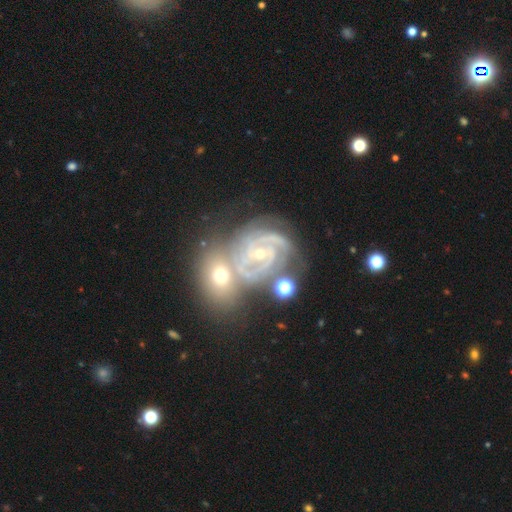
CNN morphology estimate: Smooth or featured?
  - featured or disk: 86% *
  - star or artifact: 8%
  - smooth: 6%
Edge-on disk?
  - no: 97% *
  - yes: 3%
Bar?
  - no: 50% *
  - weak: 35%
  - strong: 15%
Spiral arms?
  - yes: 97% *
  - no: 3%
Spiral winding?
  - tight: 69% *
  - medium: 26%
  - loose: 5%
Spiral arm count?
  - 3: 32% *
  - 2: 29%
  - can't tell: 19%
  - 4: 8%
  - more than 4: 6%
  - 1: 6%
Bulge size?
  - small: 66% *
  - moderate: 31%
  - large: 1%
  - none: 1%
  - dominant: 1%
Merging?
  - none: 43% *
  - merger: 35%
  - minor disturbance: 14%
  - major disturbance: 8%